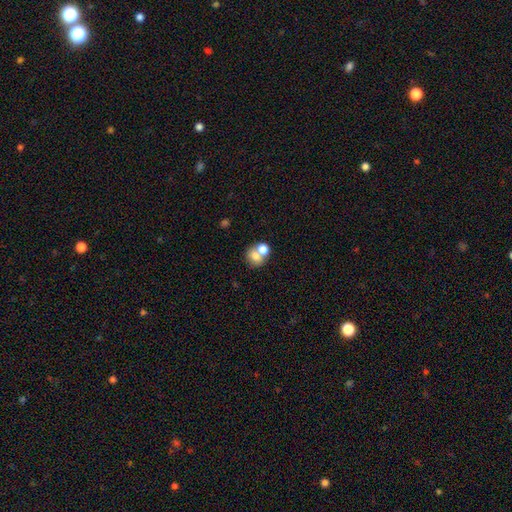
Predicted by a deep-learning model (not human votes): smooth-or-featured: smooth: 72% | featured or disk: 16% | star or artifact: 12%
  how-rounded: round: 65% | in between: 34% | cigar-shaped: 1%
  merging: merger: 50% | none: 38% | minor disturbance: 8% | major disturbance: 4%